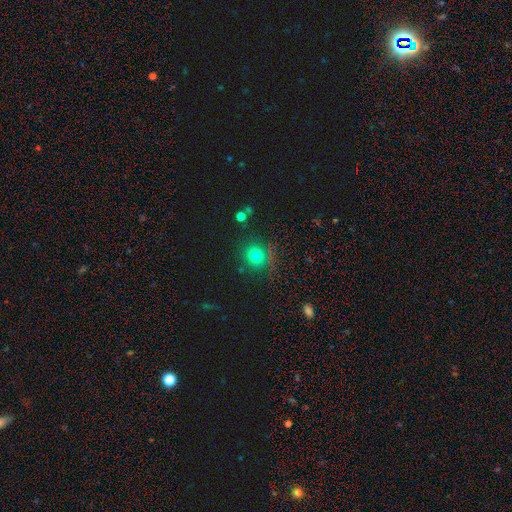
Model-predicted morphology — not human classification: smooth 75%, star or artifact 17%, featured or disk 8%. Down the decision tree: how rounded — round (89%); merging — none (78%).